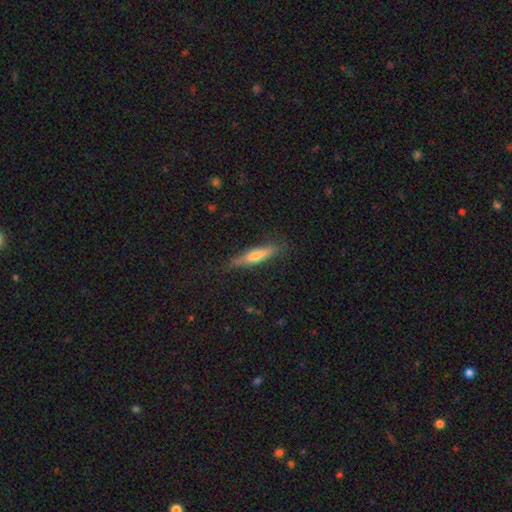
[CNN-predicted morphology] Smooth or featured? Predicted: smooth (p=0.53). How rounded? Predicted: cigar-shaped (p=0.83). Merging? Predicted: none (p=0.83).